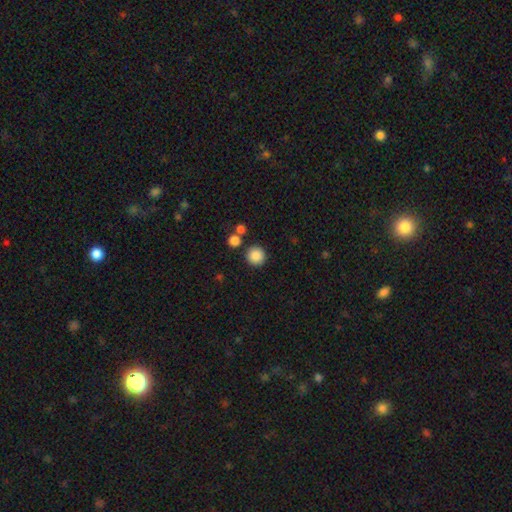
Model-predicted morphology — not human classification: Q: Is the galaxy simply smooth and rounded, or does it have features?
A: smooth — 87%.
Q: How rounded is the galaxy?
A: round — 94%.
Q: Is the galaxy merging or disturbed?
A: none — 86%.